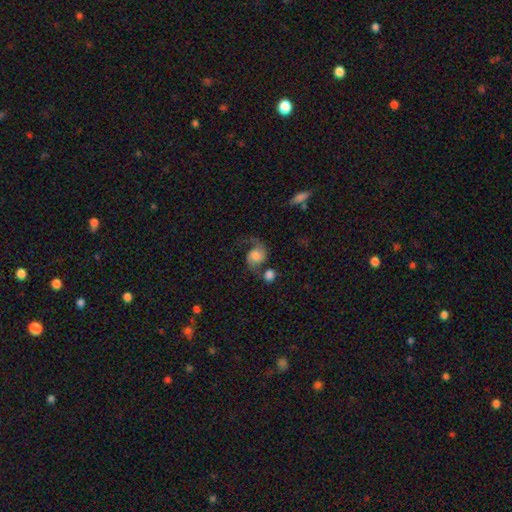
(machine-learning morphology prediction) This appears to be a featured or disk galaxy (64%) with no bar (66%), 2 (74%) loose (60%) spiral arms (92%) and a moderate central bulge (37%). Merging: none (41%).